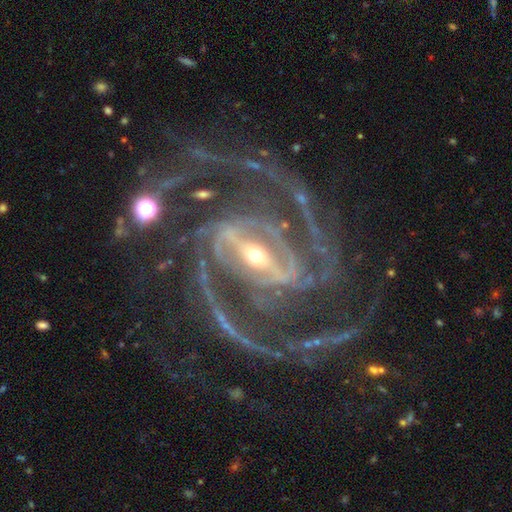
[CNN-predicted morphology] featured or disk 94%, star or artifact 4%, smooth 2%. Down the decision tree: edge-on disk — no (98%); bar — strong (74%); spiral arms — yes (99%); spiral arm count — 2 (44%); spiral winding — medium (55%); bulge size — small (65%); merging — none (63%).